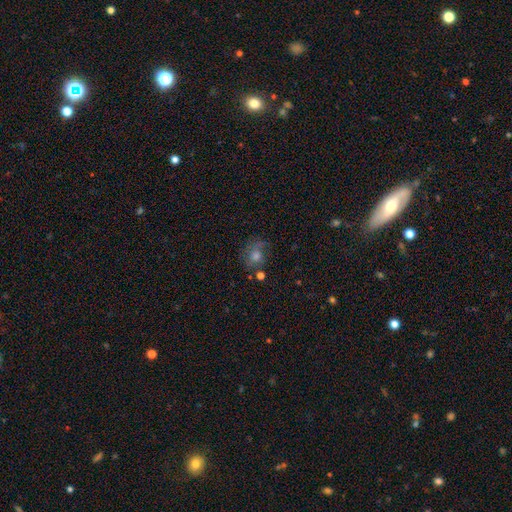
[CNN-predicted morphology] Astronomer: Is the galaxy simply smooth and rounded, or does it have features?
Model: smooth — 43% (runner-up: featured or disk, 35%).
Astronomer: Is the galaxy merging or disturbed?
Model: none — 58%.